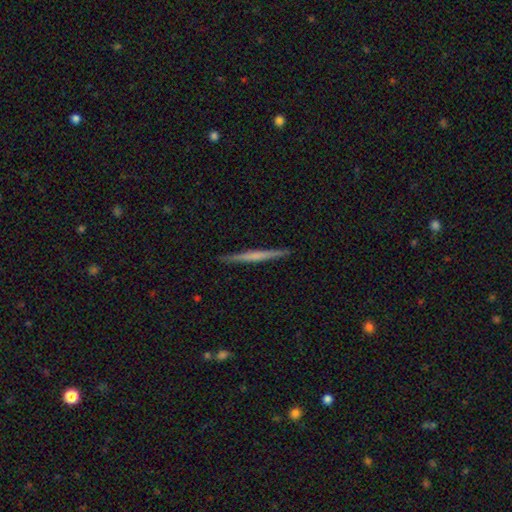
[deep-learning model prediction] The model was most divided on "smooth or featured": featured or disk: 52%, smooth: 43%, star or artifact: 5%. More confident: edge-on disk — yes (98%); merging — none (92%); edge-on bulge — none (75%).